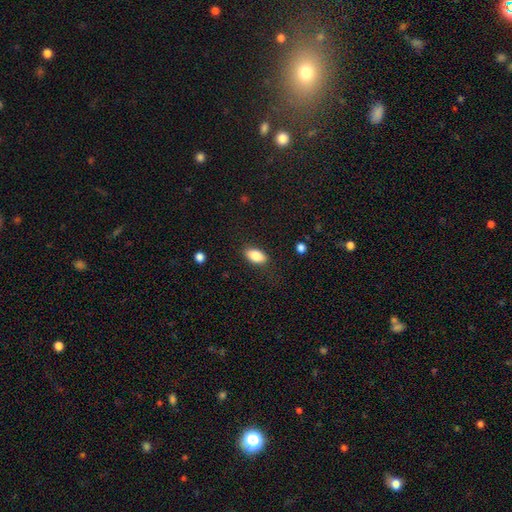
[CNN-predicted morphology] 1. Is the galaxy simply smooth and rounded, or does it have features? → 85% smooth, 7% featured or disk, 7% star or artifact.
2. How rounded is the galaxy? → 90% in between, 6% cigar-shaped, 4% round.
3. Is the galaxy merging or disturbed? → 84% none, 11% minor disturbance, 3% major disturbance, 1% merger.